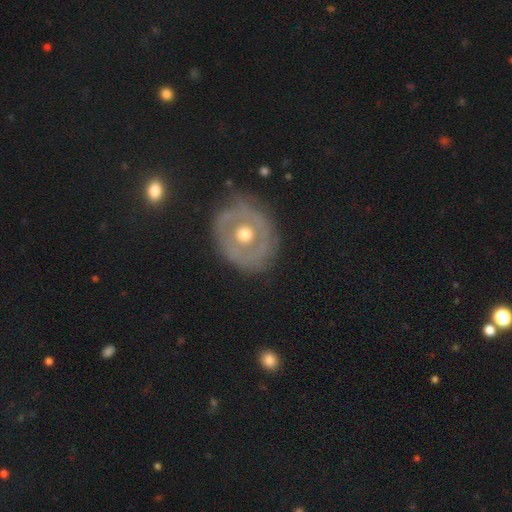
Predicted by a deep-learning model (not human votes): smooth_or_featured: featured or disk (p=0.65) [alt: smooth p=0.27]
disk_edge_on: no (p=0.95) [alt: yes p=0.05]
bar: no (p=0.77) [alt: weak p=0.15]
has_spiral_arms: no (p=0.72) [alt: yes p=0.28]
bulge_size: moderate (p=0.77) [alt: small p=0.14]
merging: none (p=0.79) [alt: minor disturbance p=0.14]